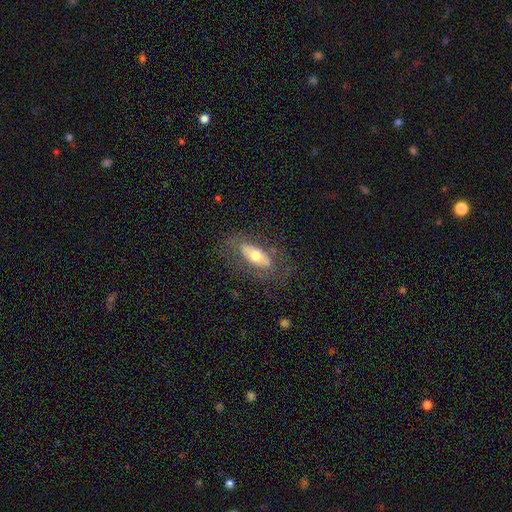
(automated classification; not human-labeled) Q: Smooth or featured?
A: smooth (49%); runner-up: featured or disk (44%)
Q: Merging?
A: none (72%); runner-up: minor disturbance (16%)